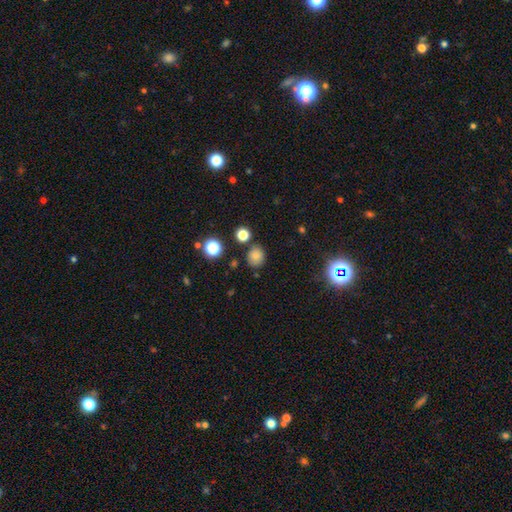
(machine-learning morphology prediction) Overall: smooth (77%). How rounded: round (79%). Merging: none (80%).